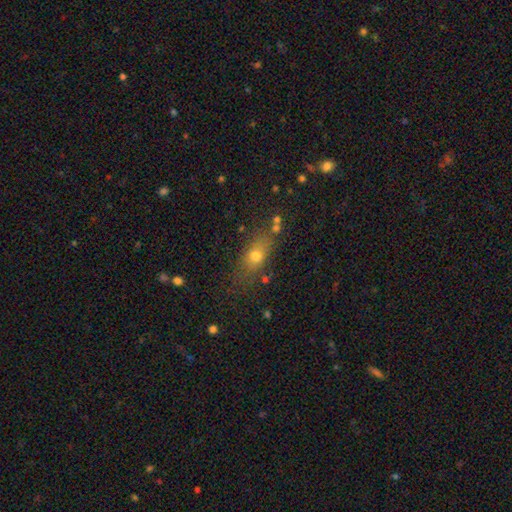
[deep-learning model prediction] Smooth or featured?
  - smooth: 68% *
  - featured or disk: 17%
  - star or artifact: 15%
How rounded?
  - in between: 61% *
  - round: 22%
  - cigar-shaped: 17%
Merging?
  - none: 69% *
  - minor disturbance: 17%
  - major disturbance: 7%
  - merger: 6%